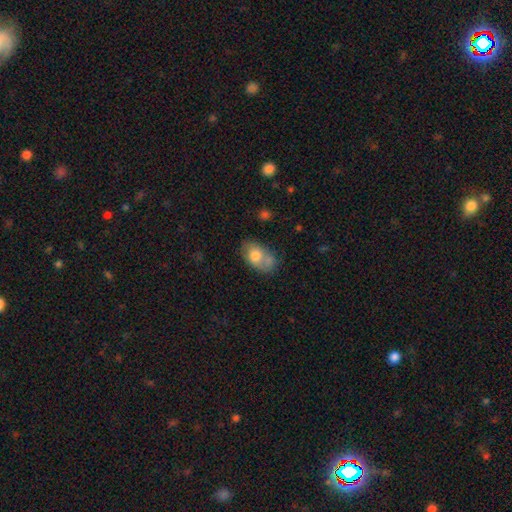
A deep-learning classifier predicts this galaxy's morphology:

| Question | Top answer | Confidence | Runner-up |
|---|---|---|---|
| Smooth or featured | smooth | 72% | featured or disk (20%) |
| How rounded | in between | 83% | round (15%) |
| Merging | none | 41% | merger (27%) |